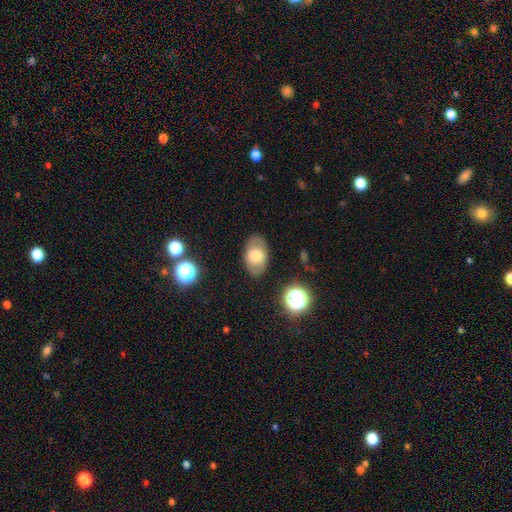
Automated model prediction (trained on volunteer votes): Smooth or featured? smooth (65%)
How rounded? in between (89%)
Merging? none (81%)